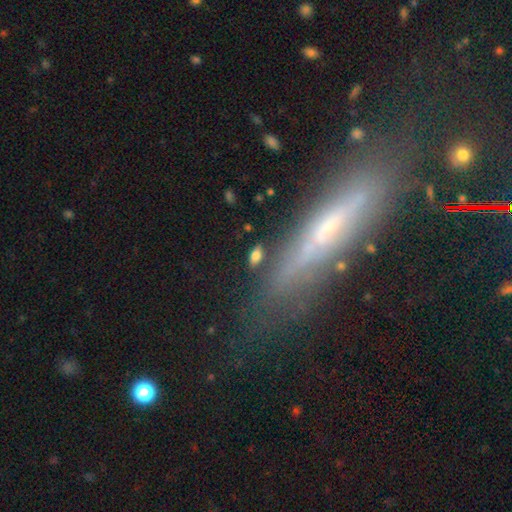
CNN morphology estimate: A smooth galaxy with no disk features (75%) that is in between round and cigar-shaped (87%). Merging: none (83%).